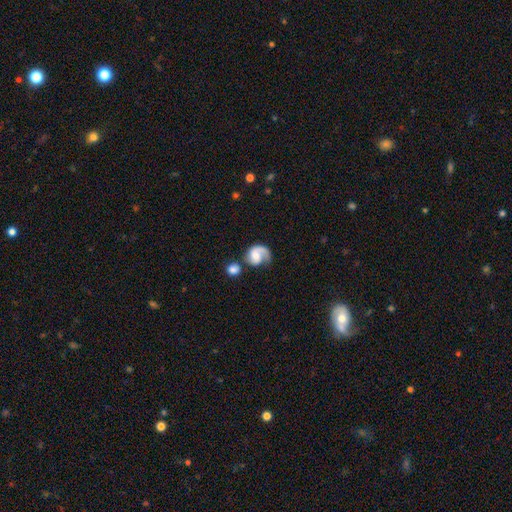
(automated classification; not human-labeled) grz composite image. It shows a featured or disk galaxy (72%) with no bar (59%), 1 (58%) medium (41%) spiral arms (93%) and a moderate central bulge (50%). Merging: none (44%).